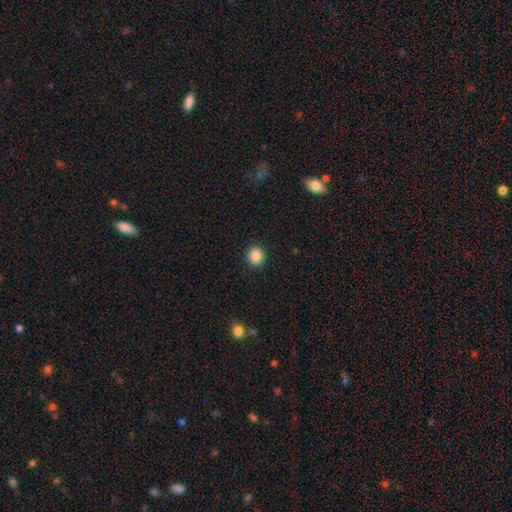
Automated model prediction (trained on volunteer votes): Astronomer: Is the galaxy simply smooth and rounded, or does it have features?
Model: smooth — 86%.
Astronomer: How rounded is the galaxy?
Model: round — 91%.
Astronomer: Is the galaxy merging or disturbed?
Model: none — 92%.